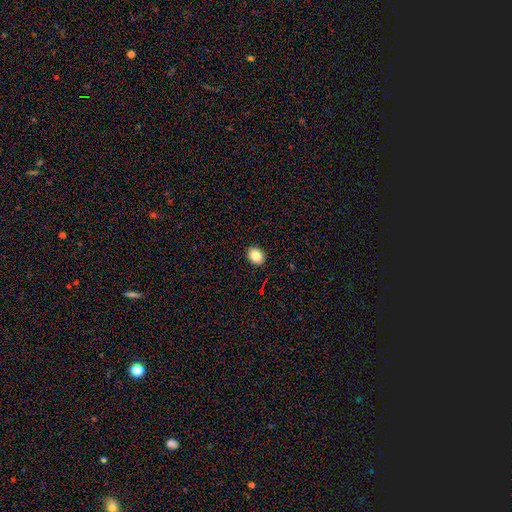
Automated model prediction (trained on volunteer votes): The model was most divided on "how rounded": in between: 55%, round: 44%, cigar-shaped: 1%. More confident: merging — none (91%); smooth or featured — smooth (83%).